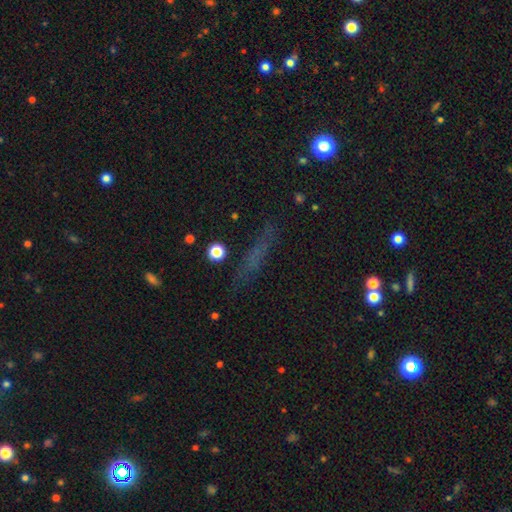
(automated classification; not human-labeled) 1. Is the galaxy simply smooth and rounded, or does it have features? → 43% smooth, 31% star or artifact, 26% featured or disk.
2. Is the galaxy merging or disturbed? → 78% none, 13% minor disturbance, 6% major disturbance, 3% merger.